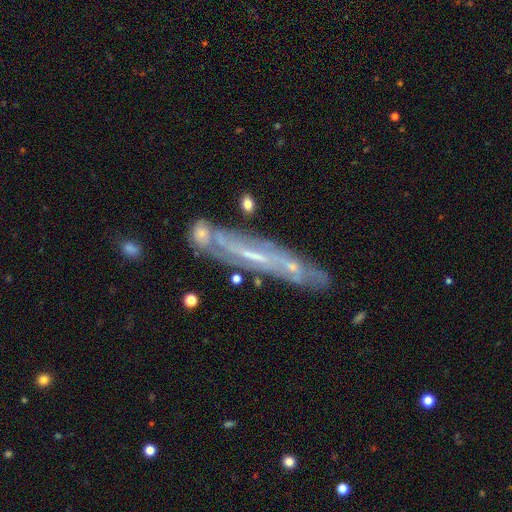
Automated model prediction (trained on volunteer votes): A featured or disk galaxy (74%) viewed edge-on (54%). Merging: none (62%).